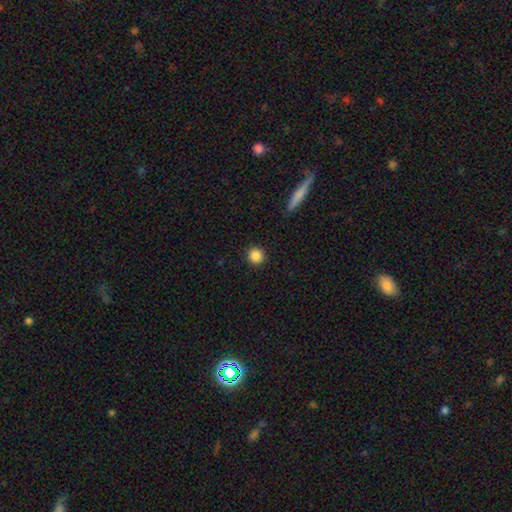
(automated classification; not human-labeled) A smooth galaxy with no disk features (86%) that is round (95%).

Vote fractions:
- Smooth or featured? smooth: 86% / star or artifact: 10% / featured or disk: 4%
- How rounded? round: 95% / in between: 4% / cigar-shaped: 1%
- Merging? none: 92% / minor disturbance: 5% / major disturbance: 2% / merger: 1%